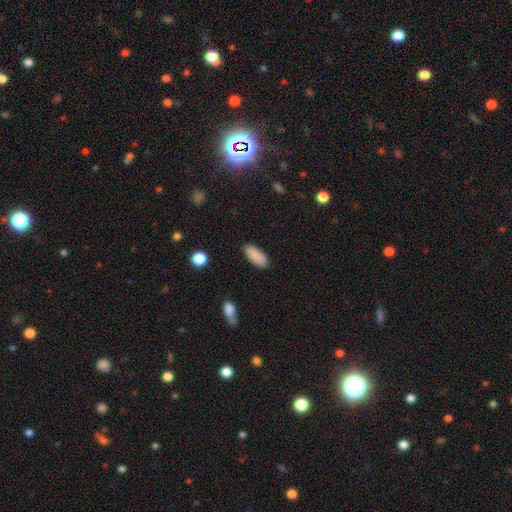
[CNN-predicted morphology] The model was most divided on "how rounded": in between: 80%, cigar-shaped: 18%, round: 2%. More confident: smooth or featured — smooth (89%); merging — none (87%).